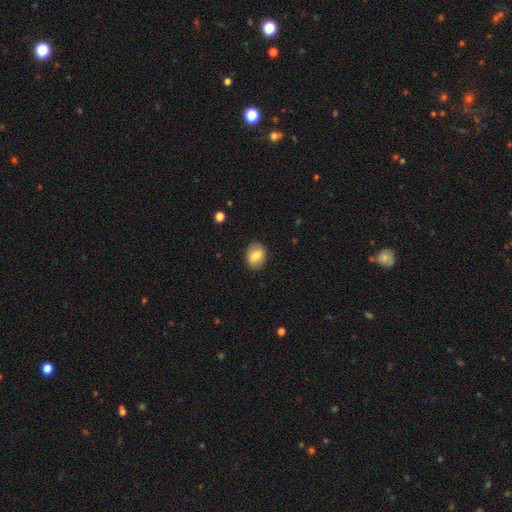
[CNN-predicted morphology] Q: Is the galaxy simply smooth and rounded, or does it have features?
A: smooth — 76%.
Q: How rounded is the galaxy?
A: in between — 69%.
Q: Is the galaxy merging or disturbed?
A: none — 85%.